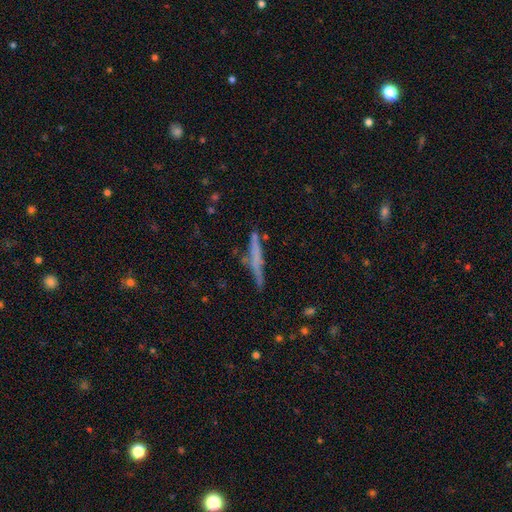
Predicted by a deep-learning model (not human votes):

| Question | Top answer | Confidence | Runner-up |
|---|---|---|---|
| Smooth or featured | smooth | 47% | featured or disk (45%) |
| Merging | none | 76% | minor disturbance (16%) |